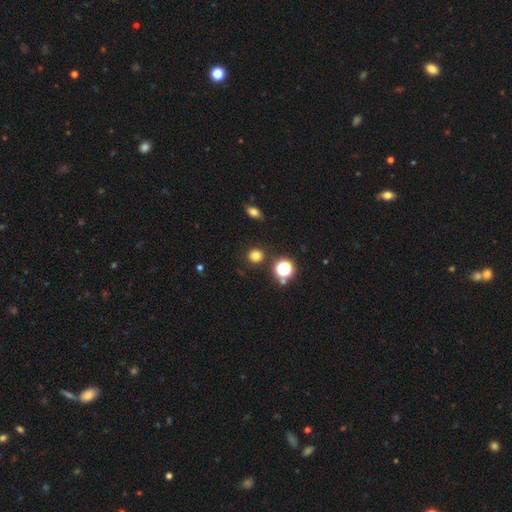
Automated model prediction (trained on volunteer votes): This is likely a smooth galaxy (77%). How rounded: clearly round (91%). Merging: clearly none (88%).